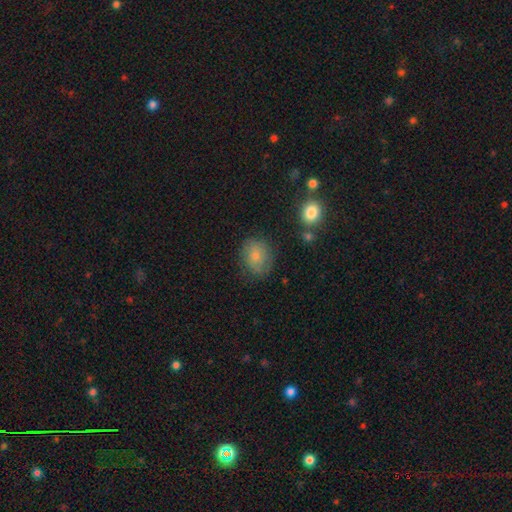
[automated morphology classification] Smooth or featured? Predicted: smooth (p=0.74). How rounded? Predicted: round (p=0.59). Merging? Predicted: none (p=0.76).